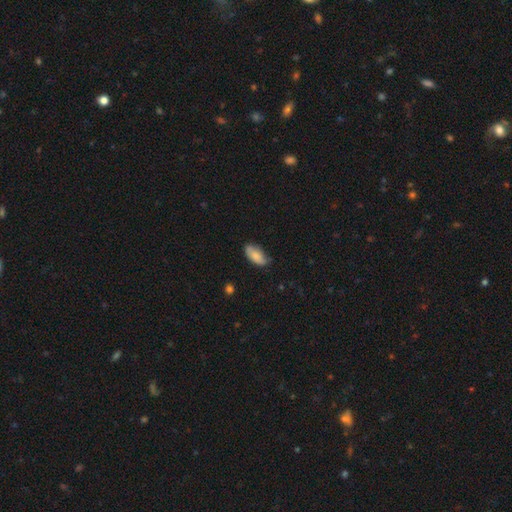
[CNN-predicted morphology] A smooth galaxy with no disk features (80%) that is in between round and cigar-shaped (90%). Merging: none (63%).